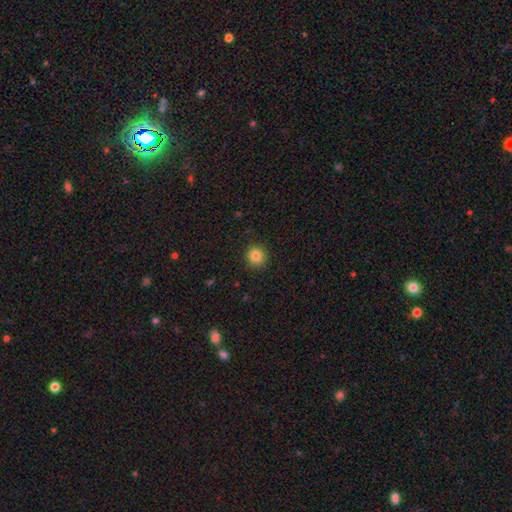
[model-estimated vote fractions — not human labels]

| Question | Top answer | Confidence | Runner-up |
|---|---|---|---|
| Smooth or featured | smooth | 84% | star or artifact (11%) |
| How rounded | round | 92% | in between (7%) |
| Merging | none | 91% | minor disturbance (6%) |